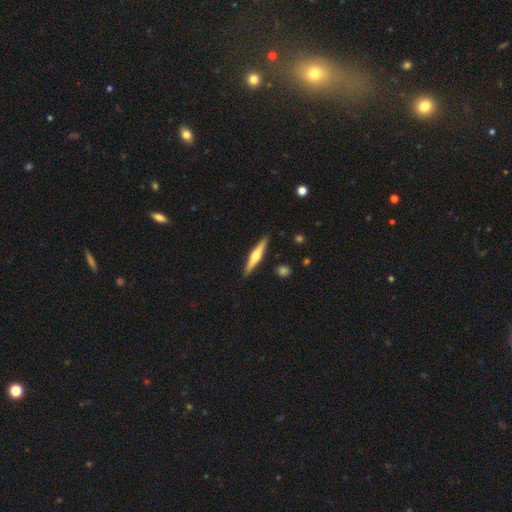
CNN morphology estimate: smooth_or_featured: featured or disk (p=0.62) [alt: smooth p=0.32]
disk_edge_on: yes (p=0.97) [alt: no p=0.03]
edge_on_bulge: rounded (p=0.92) [alt: none p=0.04]
merging: none (p=0.90) [alt: minor disturbance p=0.07]